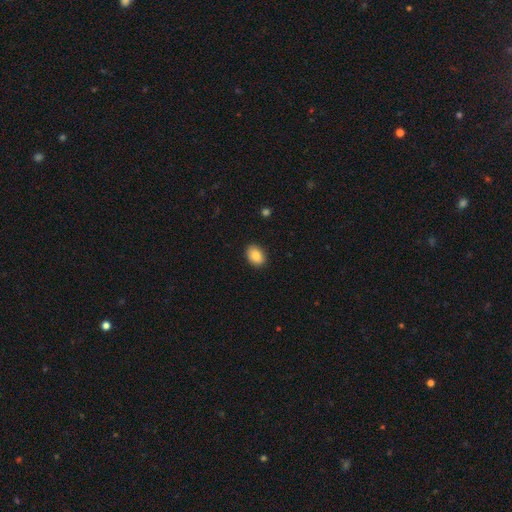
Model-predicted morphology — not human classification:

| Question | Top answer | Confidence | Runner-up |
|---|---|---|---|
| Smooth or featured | smooth | 87% | star or artifact (8%) |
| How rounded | in between | 76% | round (23%) |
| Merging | none | 88% | minor disturbance (9%) |